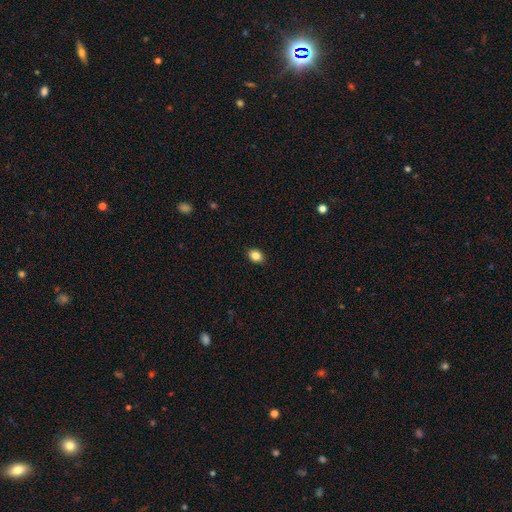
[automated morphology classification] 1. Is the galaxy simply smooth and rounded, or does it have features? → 85% smooth, 9% star or artifact, 6% featured or disk.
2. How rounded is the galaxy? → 66% in between, 33% round, 1% cigar-shaped.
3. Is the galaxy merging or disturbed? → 89% none, 8% minor disturbance, 2% major disturbance, 1% merger.